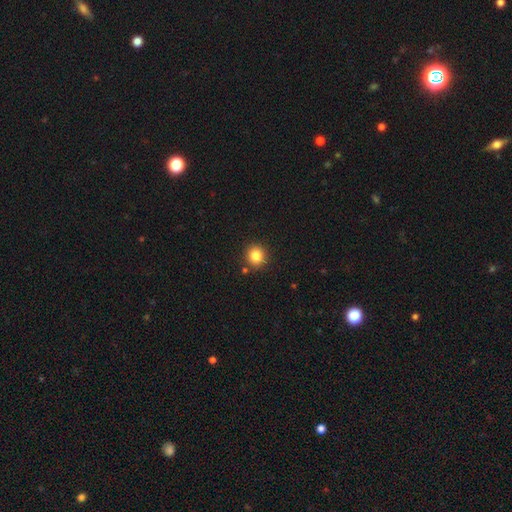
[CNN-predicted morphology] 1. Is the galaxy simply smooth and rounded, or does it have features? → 85% smooth, 11% star or artifact, 4% featured or disk.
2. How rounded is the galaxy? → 91% round, 8% in between, 1% cigar-shaped.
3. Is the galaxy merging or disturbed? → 87% none, 7% minor disturbance, 4% merger, 2% major disturbance.